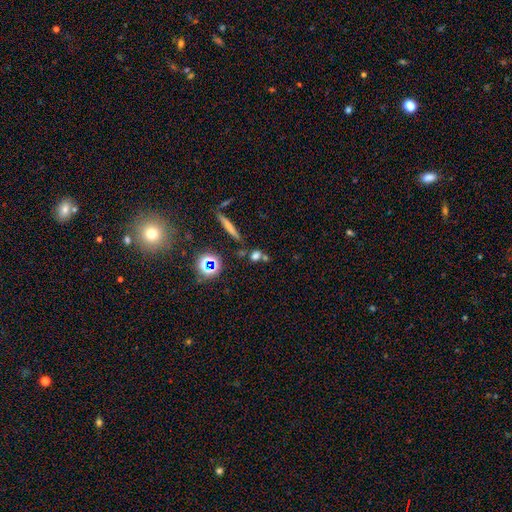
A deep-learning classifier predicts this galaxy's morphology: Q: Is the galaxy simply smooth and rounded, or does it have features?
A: smooth — 65%.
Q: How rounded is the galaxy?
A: round — 50%.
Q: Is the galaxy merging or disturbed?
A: none — 60%.